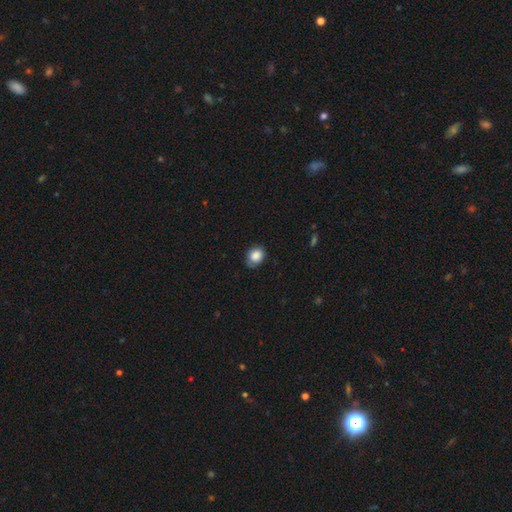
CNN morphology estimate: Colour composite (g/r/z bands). It shows a smooth galaxy with no disk features (86%) that is round (52%). Merging: none (73%).